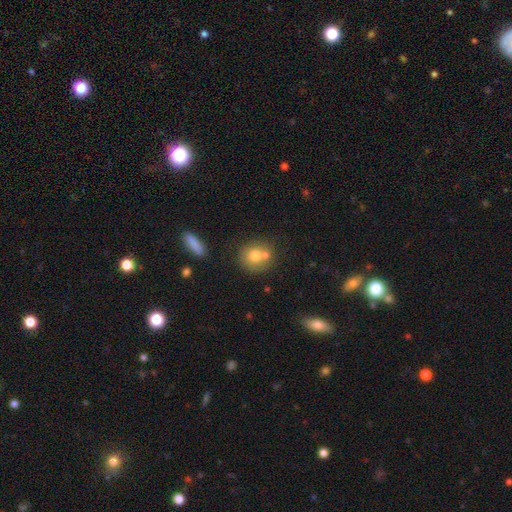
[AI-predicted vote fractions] The model was most divided on "merging": none: 49%, merger: 37%, minor disturbance: 10%, major disturbance: 3%. More confident: how rounded — round (84%); smooth or featured — smooth (72%).